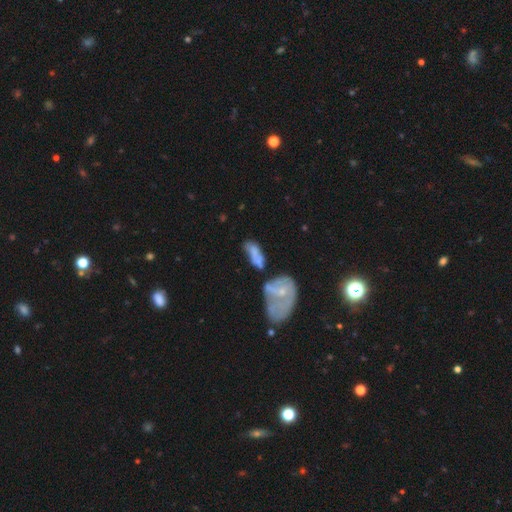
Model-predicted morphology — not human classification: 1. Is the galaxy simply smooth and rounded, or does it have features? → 53% smooth, 37% featured or disk, 10% star or artifact.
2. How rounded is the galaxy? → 82% in between, 12% cigar-shaped, 6% round.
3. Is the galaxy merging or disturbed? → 36% merger, 26% none, 19% minor disturbance, 19% major disturbance.